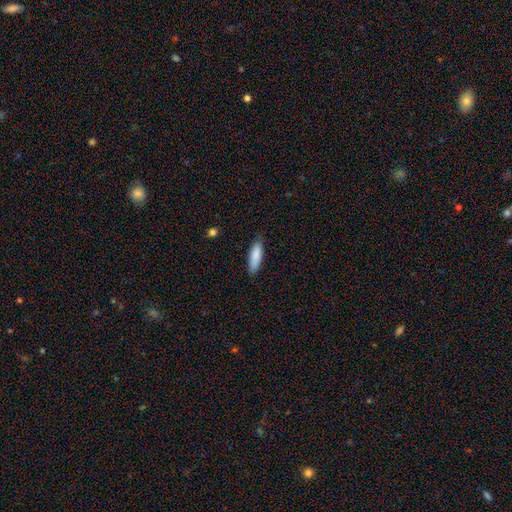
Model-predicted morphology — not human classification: Q: Smooth or featured?
A: smooth (87%); runner-up: featured or disk (7%)
Q: How rounded?
A: in between (50%); runner-up: cigar-shaped (48%)
Q: Merging?
A: none (79%); runner-up: minor disturbance (17%)